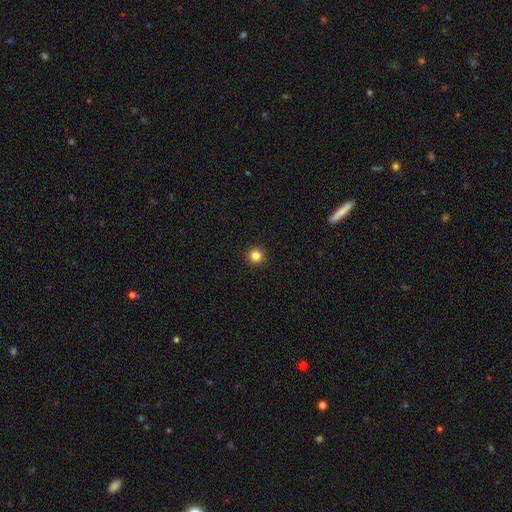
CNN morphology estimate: Q: Smooth or featured?
A: smooth (83%); runner-up: star or artifact (13%)
Q: How rounded?
A: round (96%); runner-up: in between (3%)
Q: Merging?
A: none (94%); runner-up: minor disturbance (4%)